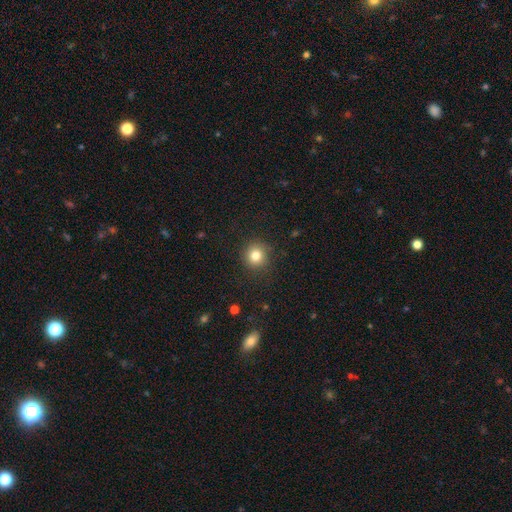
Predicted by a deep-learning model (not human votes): smooth_or_featured: smooth (p=0.81) [alt: star or artifact p=0.12]
how_rounded: round (p=0.92) [alt: in between p=0.07]
merging: none (p=0.89) [alt: minor disturbance p=0.07]